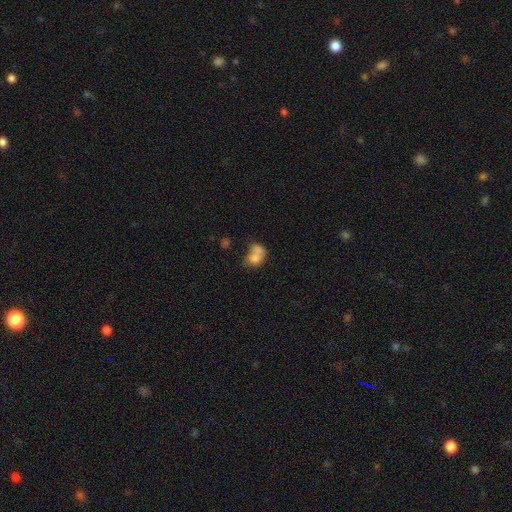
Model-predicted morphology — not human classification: Q: Smooth or featured?
A: smooth (74%); runner-up: featured or disk (17%)
Q: How rounded?
A: in between (54%); runner-up: round (44%)
Q: Merging?
A: merger (65%); runner-up: none (20%)